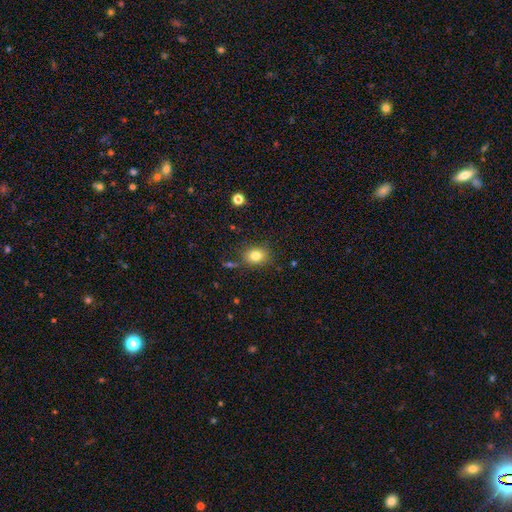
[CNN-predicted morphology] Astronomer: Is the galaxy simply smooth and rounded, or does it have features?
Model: smooth — 82%.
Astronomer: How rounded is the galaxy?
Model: in between — 50% (runner-up: round, 49%).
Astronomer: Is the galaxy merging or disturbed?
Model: none — 81%.